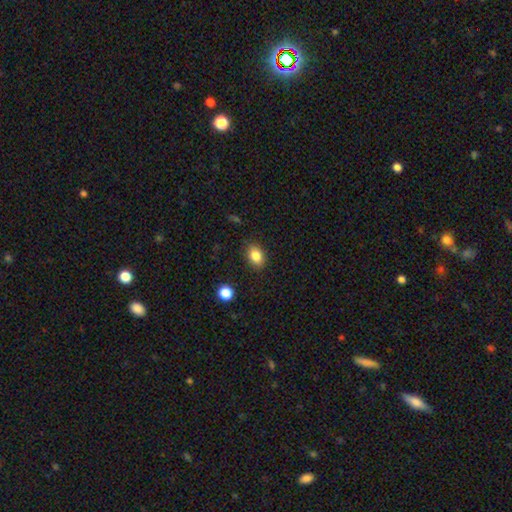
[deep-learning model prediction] smooth_or_featured: smooth (p=0.85) [alt: star or artifact p=0.09]
how_rounded: in between (p=0.72) [alt: round p=0.26]
merging: none (p=0.86) [alt: minor disturbance p=0.10]